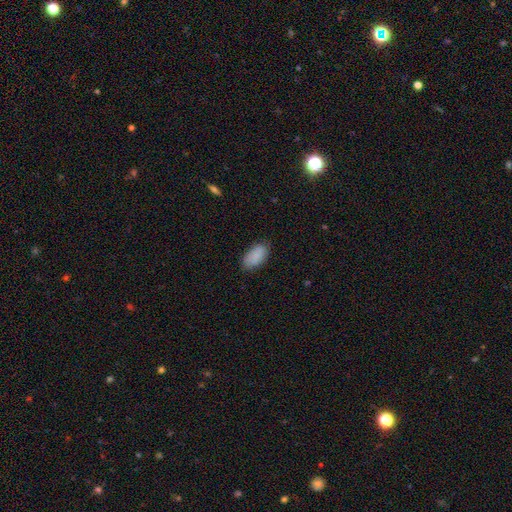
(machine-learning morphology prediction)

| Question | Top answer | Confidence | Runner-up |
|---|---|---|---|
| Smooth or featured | smooth | 88% | star or artifact (6%) |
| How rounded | in between | 94% | cigar-shaped (3%) |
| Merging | none | 80% | minor disturbance (16%) |